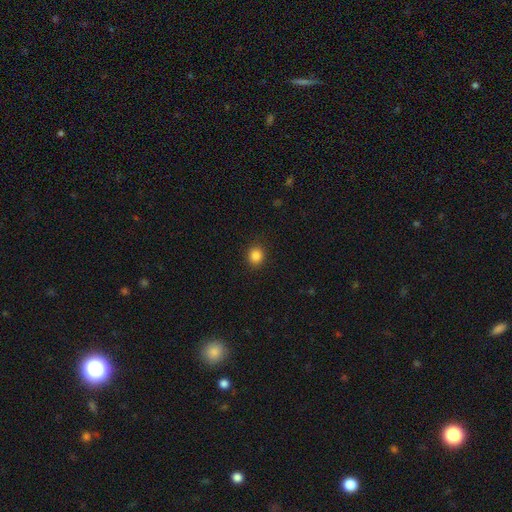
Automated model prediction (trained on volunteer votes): Smooth or featured: smooth — 85% (star or artifact — 11%)
How rounded: round — 85% (in between — 14%)
Merging: none — 91% (minor disturbance — 6%)